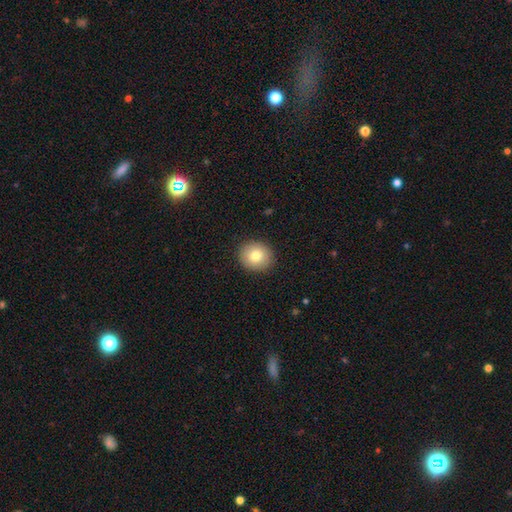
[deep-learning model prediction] smooth-or-featured: smooth: 78% | featured or disk: 12% | star or artifact: 9%
  how-rounded: round: 84% | in between: 15% | cigar-shaped: 1%
  merging: none: 91% | minor disturbance: 6% | major disturbance: 2% | merger: 1%